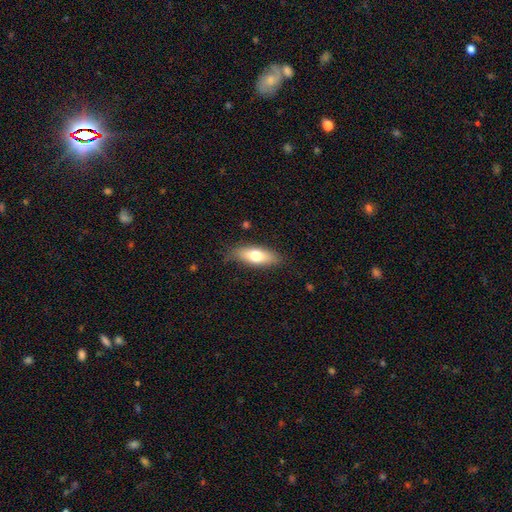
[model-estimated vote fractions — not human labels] A smooth galaxy with no disk features (68%) that is in between round and cigar-shaped (70%). Merging: none (79%).